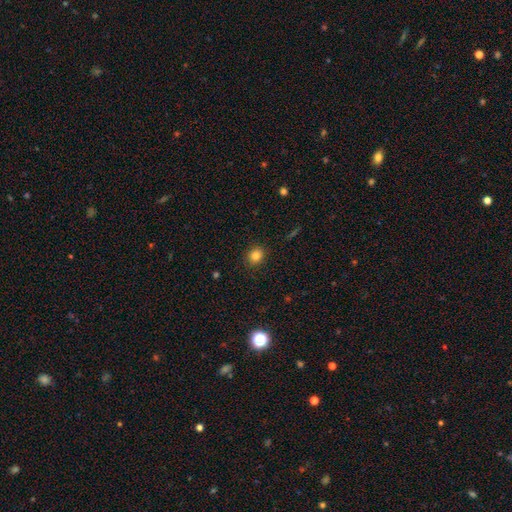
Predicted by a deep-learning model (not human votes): A smooth galaxy with no disk features (83%) that is round (76%).

Vote fractions:
- Smooth or featured? smooth: 83% / star or artifact: 12% / featured or disk: 5%
- How rounded? round: 76% / in between: 23% / cigar-shaped: 1%
- Merging? none: 89% / minor disturbance: 8% / major disturbance: 2% / merger: 1%